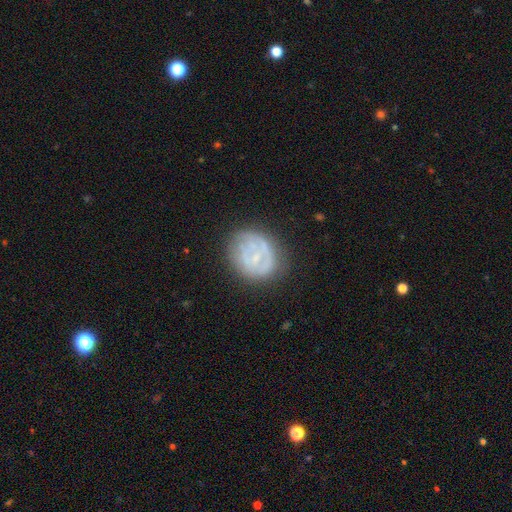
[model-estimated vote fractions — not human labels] smooth_or_featured: featured or disk (p=0.58) [alt: smooth p=0.33]
disk_edge_on: no (p=0.97) [alt: yes p=0.03]
bar: no (p=0.61) [alt: weak p=0.30]
has_spiral_arms: no (p=0.51) [alt: yes p=0.49]
bulge_size: small (p=0.64) [alt: moderate p=0.18]
merging: none (p=0.68) [alt: minor disturbance p=0.20]